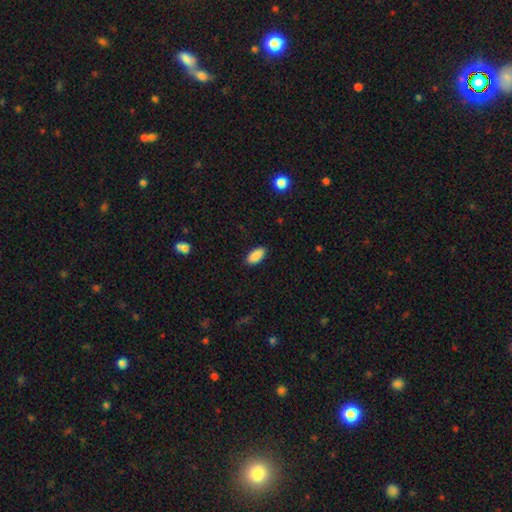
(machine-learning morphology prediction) Smooth or featured? smooth (90%)
How rounded? in between (92%)
Merging? none (89%)